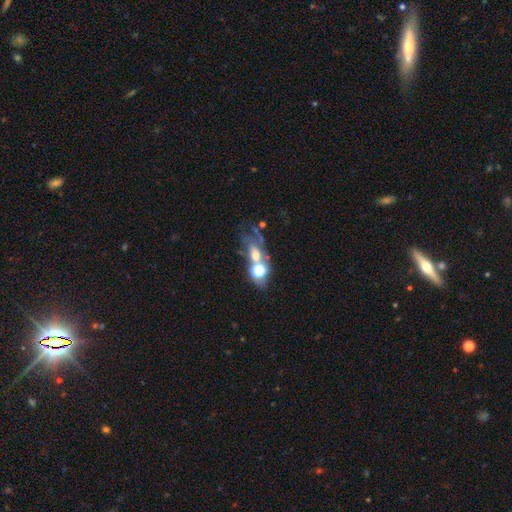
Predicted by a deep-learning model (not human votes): Overall: smooth (45%; featured or disk 30%). Merging: merger (41%; none 31%).